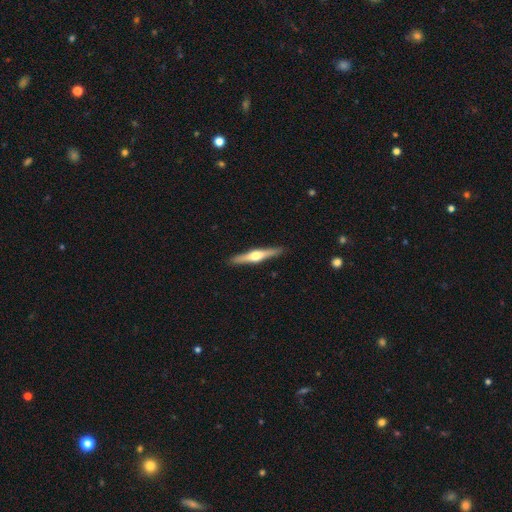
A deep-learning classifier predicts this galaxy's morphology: Smooth or featured? Predicted: featured or disk (p=0.70). Edge-on disk? Predicted: yes (p=0.98). Edge-on bulge? Predicted: rounded (p=0.94). Merging? Predicted: none (p=0.92).